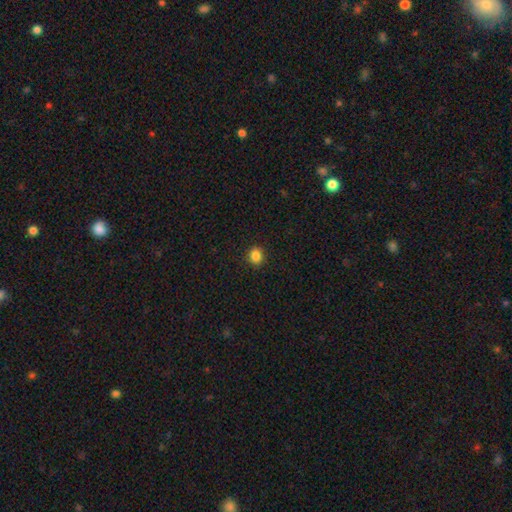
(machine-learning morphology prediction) Smooth or featured?
  - smooth: 85% *
  - star or artifact: 11%
  - featured or disk: 4%
How rounded?
  - round: 77% *
  - in between: 22%
  - cigar-shaped: 1%
Merging?
  - none: 91% *
  - minor disturbance: 6%
  - major disturbance: 2%
  - merger: 1%